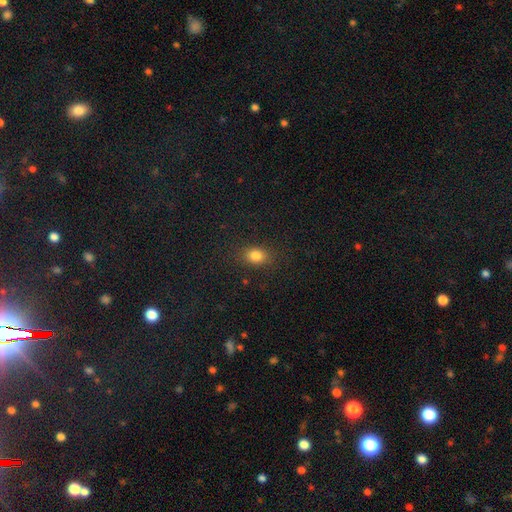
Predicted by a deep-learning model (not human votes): Smooth or featured? smooth (83%)
How rounded? in between (67%)
Merging? none (85%)